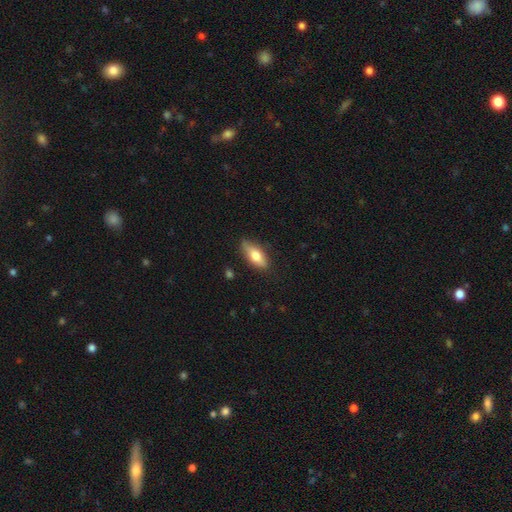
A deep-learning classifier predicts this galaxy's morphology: Q: Smooth or featured?
A: smooth (68%); runner-up: featured or disk (26%)
Q: How rounded?
A: in between (73%); runner-up: cigar-shaped (24%)
Q: Merging?
A: none (81%); runner-up: minor disturbance (15%)